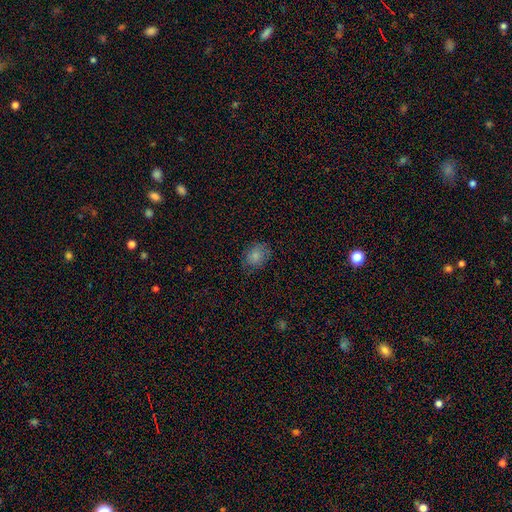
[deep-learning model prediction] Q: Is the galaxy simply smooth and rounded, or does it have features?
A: smooth — 80%.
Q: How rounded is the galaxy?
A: in between — 59%.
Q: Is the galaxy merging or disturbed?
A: none — 76%.